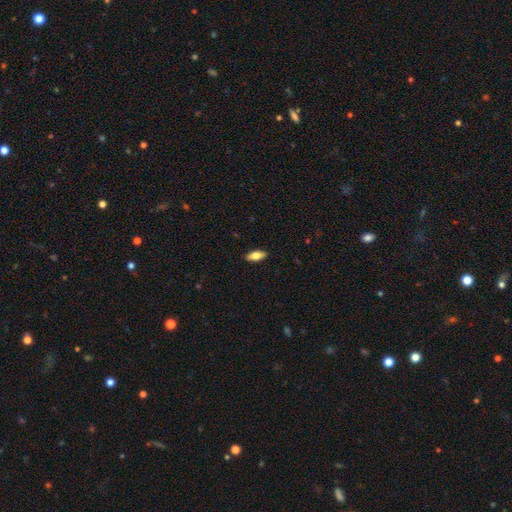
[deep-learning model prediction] Smooth or featured?
  - smooth: 71% *
  - featured or disk: 23%
  - star or artifact: 7%
How rounded?
  - in between: 80% *
  - cigar-shaped: 17%
  - round: 3%
Merging?
  - none: 90% *
  - minor disturbance: 8%
  - major disturbance: 2%
  - merger: 1%